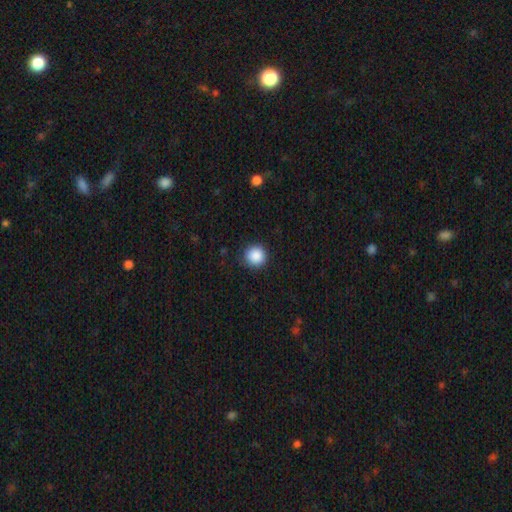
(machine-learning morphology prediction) This is clearly a smooth galaxy (89%). How rounded: clearly round (91%). Merging: clearly none (88%).